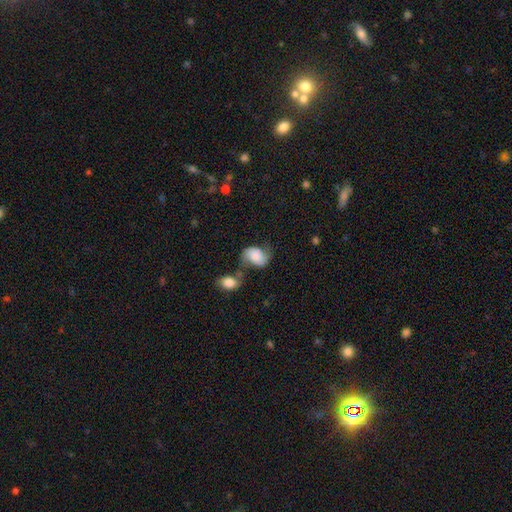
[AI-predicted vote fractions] smooth-or-featured: smooth: 49% | featured or disk: 42% | star or artifact: 9%
  merging: none: 38% | minor disturbance: 24% | merger: 24% | major disturbance: 14%